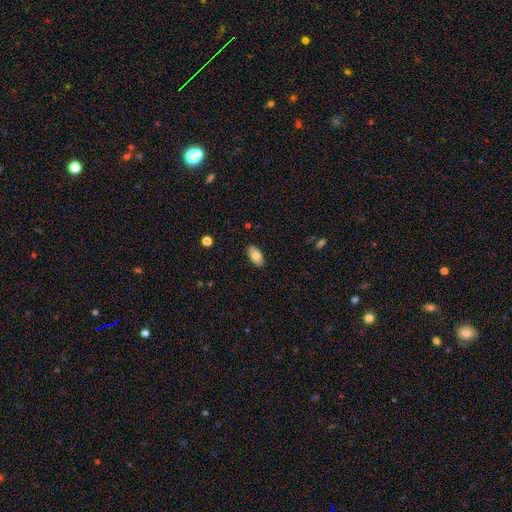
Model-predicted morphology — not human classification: A smooth galaxy with no disk features (75%) that is in between round and cigar-shaped (94%).

Vote fractions:
- Smooth or featured? smooth: 75% / featured or disk: 18% / star or artifact: 7%
- How rounded? in between: 94% / round: 3% / cigar-shaped: 3%
- Merging? none: 86% / minor disturbance: 11% / major disturbance: 2% / merger: 1%